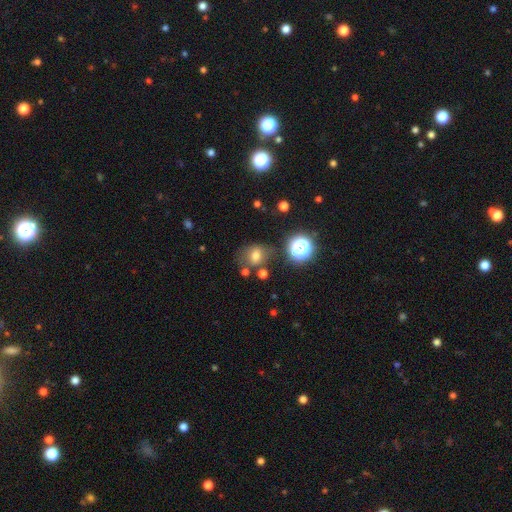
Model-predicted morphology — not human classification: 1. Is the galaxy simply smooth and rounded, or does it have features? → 65% smooth, 20% star or artifact, 15% featured or disk.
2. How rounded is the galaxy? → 54% round, 45% in between, 1% cigar-shaped.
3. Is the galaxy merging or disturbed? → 64% none, 19% minor disturbance, 9% major disturbance, 8% merger.